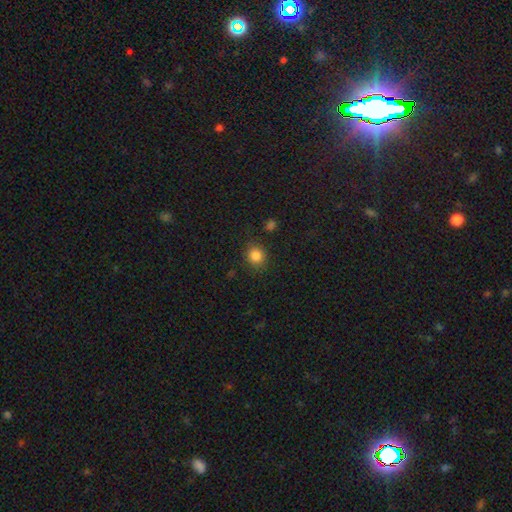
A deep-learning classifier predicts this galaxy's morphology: Overall: smooth (84%). How rounded: round (82%). Merging: none (85%).